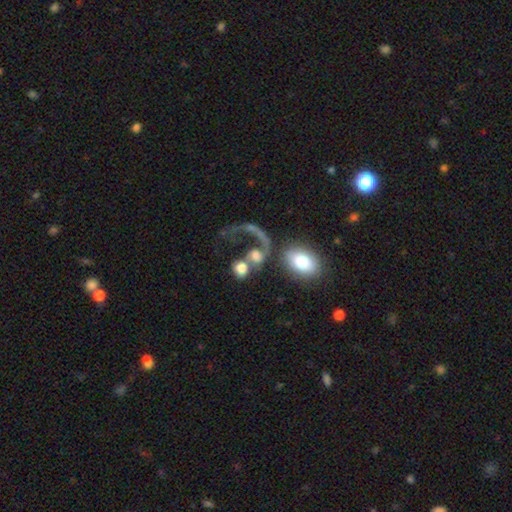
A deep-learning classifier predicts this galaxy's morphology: Smooth or featured? Predicted: featured or disk (p=0.45, tied with smooth). Merging? Predicted: merger (p=0.47).